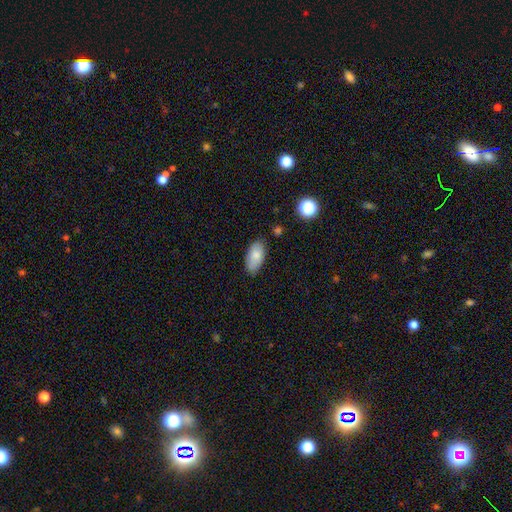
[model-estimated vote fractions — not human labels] A smooth galaxy with no disk features (82%) that is in between round and cigar-shaped (93%).

Vote fractions:
- Smooth or featured? smooth: 82% / featured or disk: 10% / star or artifact: 7%
- How rounded? in between: 93% / cigar-shaped: 5% / round: 3%
- Merging? none: 80% / minor disturbance: 15% / major disturbance: 3% / merger: 2%